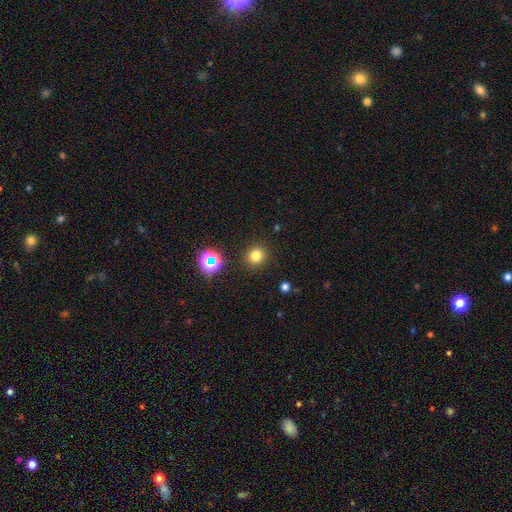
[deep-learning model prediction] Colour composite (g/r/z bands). It shows a smooth galaxy with no disk features (76%) that is round (90%). Merging: none (89%).